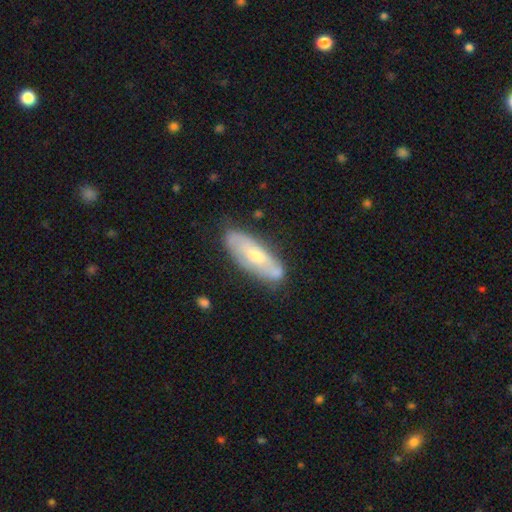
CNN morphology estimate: smooth_or_featured: featured or disk (p=0.50) [alt: smooth p=0.44]
disk_edge_on: no (p=0.76) [alt: yes p=0.24]
merging: none (p=0.69) [alt: minor disturbance p=0.21]